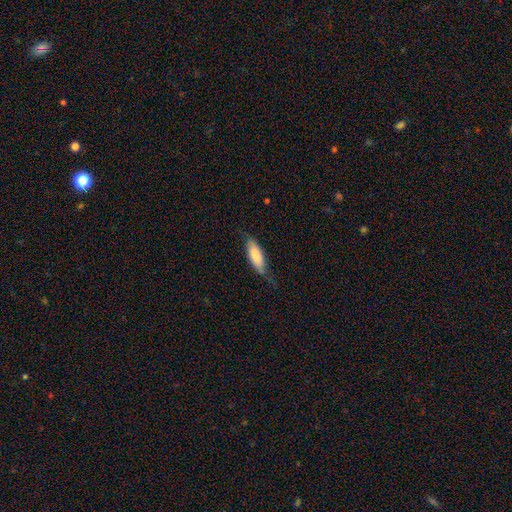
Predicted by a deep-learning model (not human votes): The model was most divided on "merging": none: 55%, minor disturbance: 32%, major disturbance: 12%, merger: 2%. More confident: smooth or featured — smooth (73%); how rounded — in between (64%).